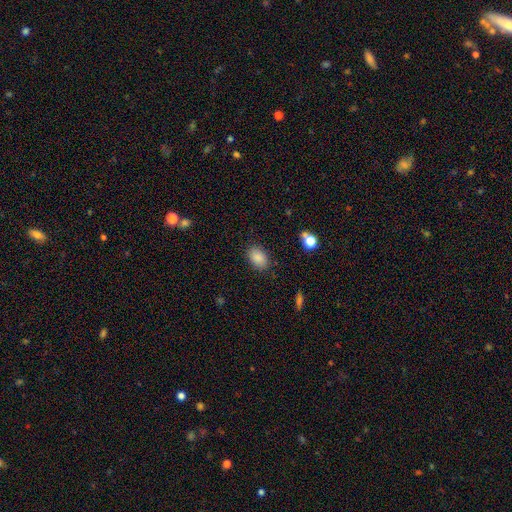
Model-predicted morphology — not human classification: Smooth or featured: smooth — 84% (star or artifact — 11%)
How rounded: in between — 77% (round — 22%)
Merging: none — 86% (minor disturbance — 10%)